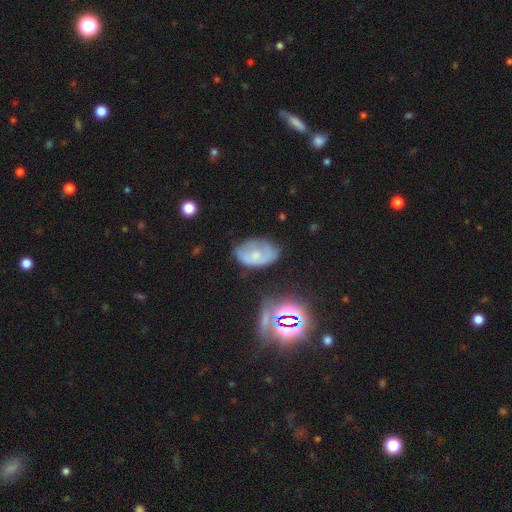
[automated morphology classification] type=smooth (49%); merging=none (52%).